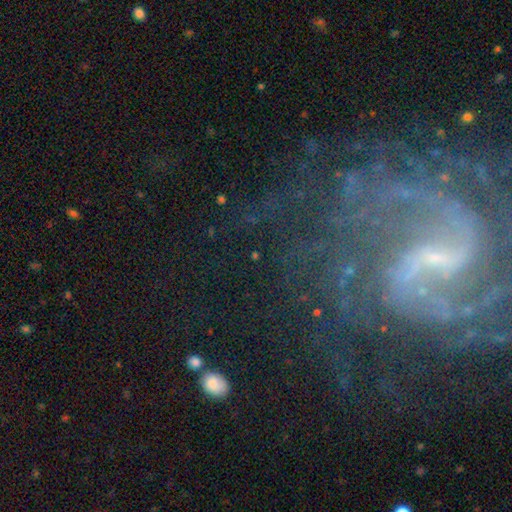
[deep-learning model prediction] star or artifact 59%, featured or disk 22%, smooth 19%.